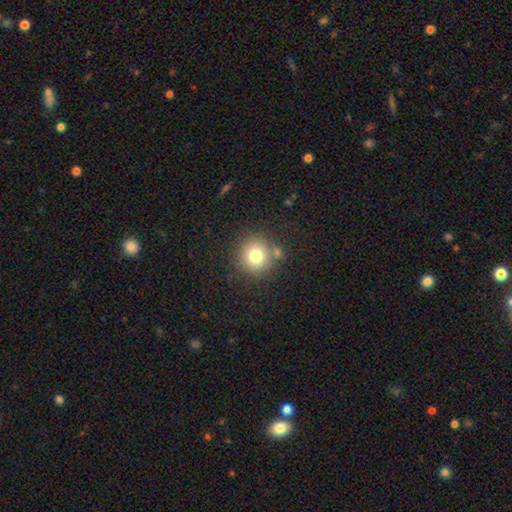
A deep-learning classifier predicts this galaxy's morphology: Q: Smooth or featured?
A: smooth (76%); runner-up: star or artifact (13%)
Q: How rounded?
A: round (90%); runner-up: in between (9%)
Q: Merging?
A: none (76%); runner-up: merger (10%)